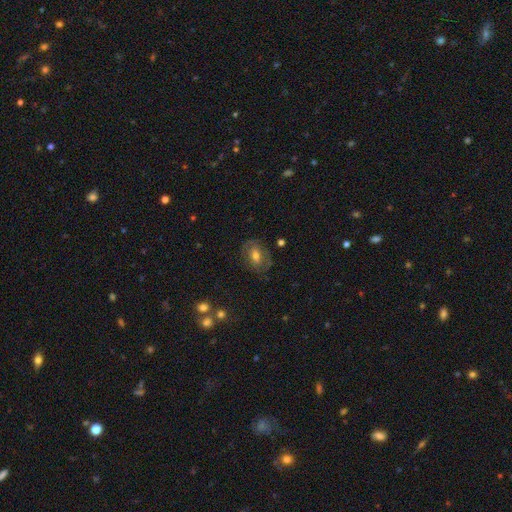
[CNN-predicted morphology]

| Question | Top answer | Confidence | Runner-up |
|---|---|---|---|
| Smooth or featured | featured or disk | 49% | smooth (41%) |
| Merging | none | 71% | minor disturbance (18%) |